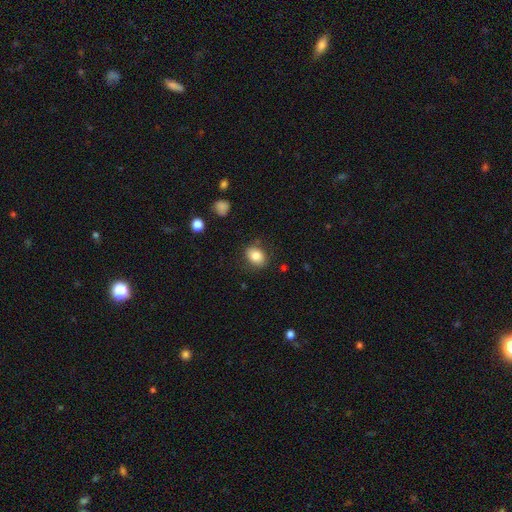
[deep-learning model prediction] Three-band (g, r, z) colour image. It shows a smooth galaxy with no disk features (82%) that is in between round and cigar-shaped (64%). Merging: none (79%).